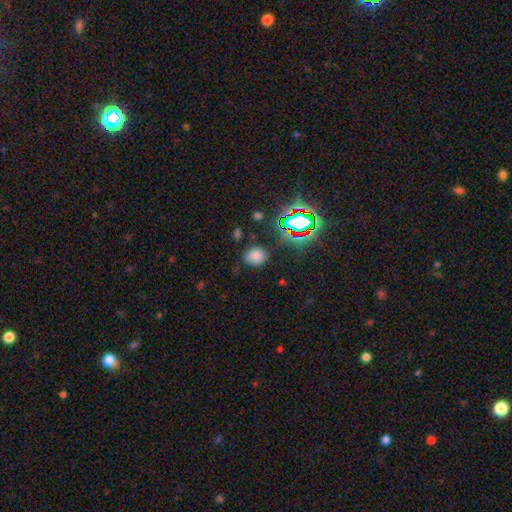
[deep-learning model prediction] smooth-or-featured: smooth: 73% | star or artifact: 21% | featured or disk: 6%
  how-rounded: round: 61% | in between: 38% | cigar-shaped: 1%
  merging: none: 80% | minor disturbance: 13% | major disturbance: 4% | merger: 3%